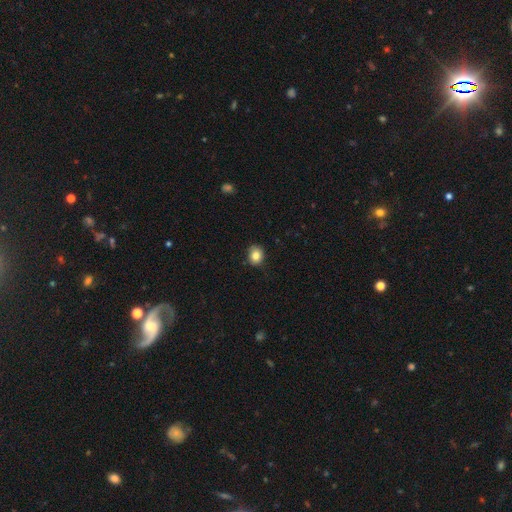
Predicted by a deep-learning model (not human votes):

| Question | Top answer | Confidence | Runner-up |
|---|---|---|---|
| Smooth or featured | smooth | 84% | star or artifact (10%) |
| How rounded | round | 69% | in between (31%) |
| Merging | none | 83% | minor disturbance (14%) |